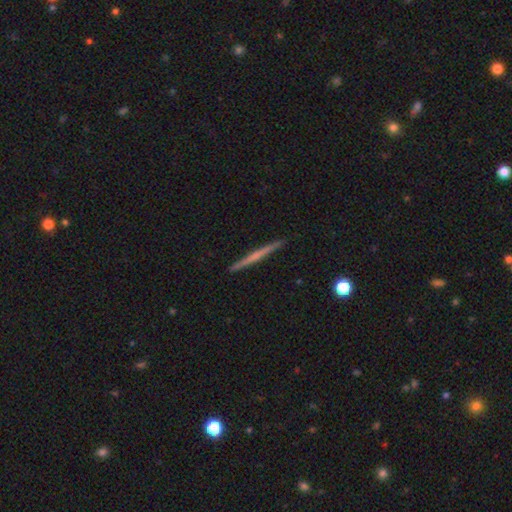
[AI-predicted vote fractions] smooth-or-featured: featured or disk: 58% | smooth: 37% | star or artifact: 6%
  disk-edge-on: yes: 98% | no: 2%
    edge-on-bulge: none: 74% | rounded: 19% | boxy: 7%
  merging: none: 92% | minor disturbance: 5% | major disturbance: 1% | merger: 1%